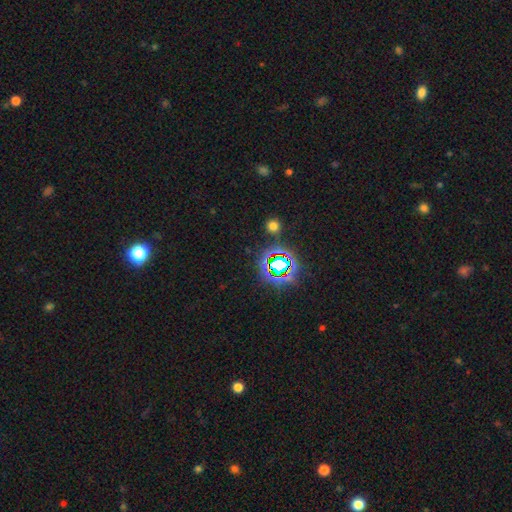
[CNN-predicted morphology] type=star or artifact (75%).